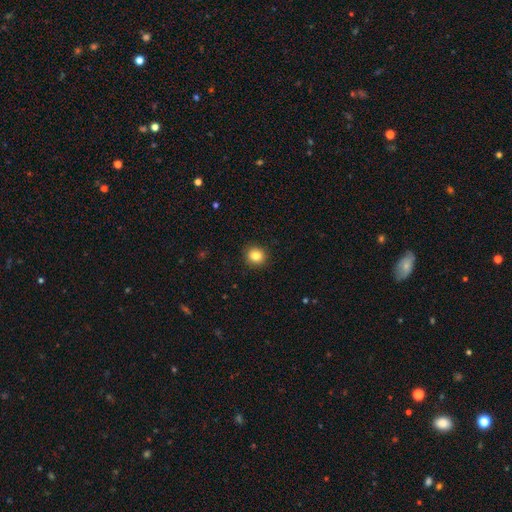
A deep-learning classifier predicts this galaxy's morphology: Smooth or featured? Predicted: smooth (p=0.85). How rounded? Predicted: round (p=0.87). Merging? Predicted: none (p=0.91).